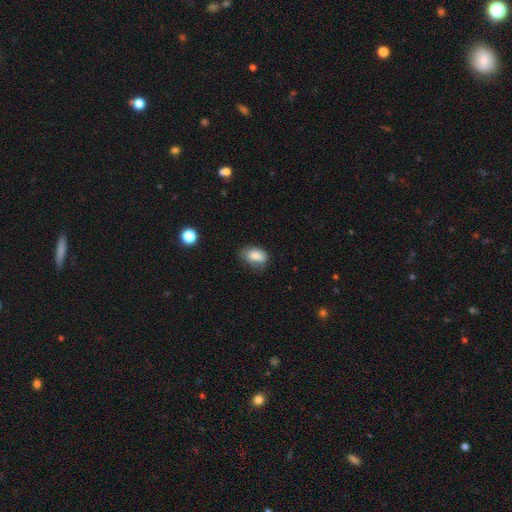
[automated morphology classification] A smooth galaxy with no disk features (83%) that is in between round and cigar-shaped (86%). Merging: none (53%).